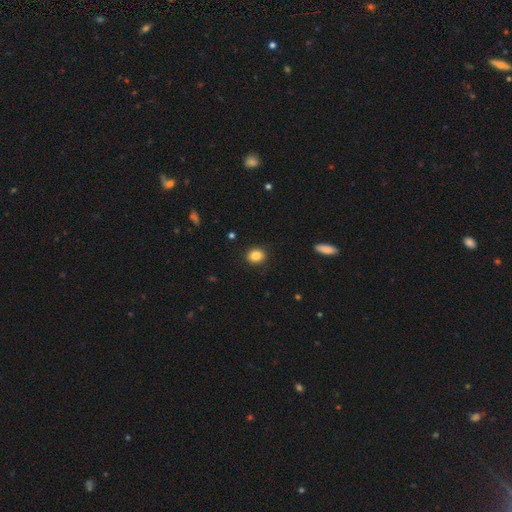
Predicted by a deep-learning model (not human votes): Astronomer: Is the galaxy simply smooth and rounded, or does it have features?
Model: smooth — 85%.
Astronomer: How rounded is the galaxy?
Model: round — 66%.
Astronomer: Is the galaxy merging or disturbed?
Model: none — 88%.